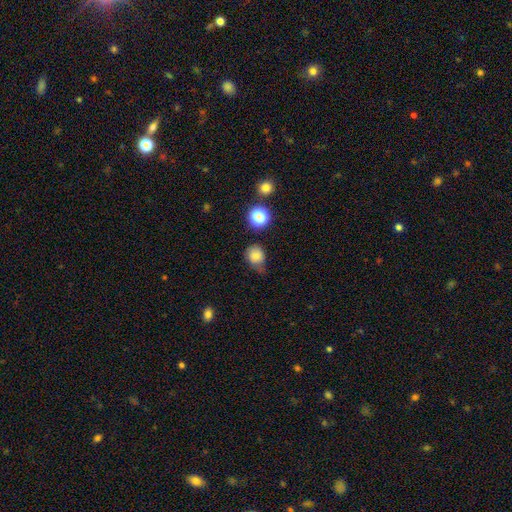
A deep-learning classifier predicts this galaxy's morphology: Smooth or featured? Predicted: smooth (p=0.76). How rounded? Predicted: round (p=0.68). Merging? Predicted: none (p=0.50).